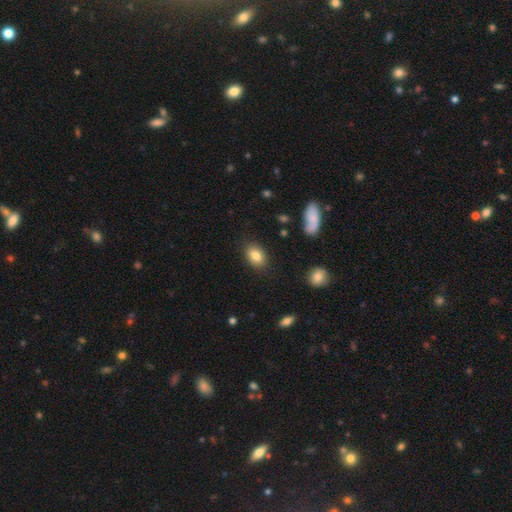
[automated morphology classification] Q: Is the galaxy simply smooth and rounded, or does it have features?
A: smooth — 83%.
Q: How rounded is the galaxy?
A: in between — 78%.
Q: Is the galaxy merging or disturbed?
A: none — 86%.